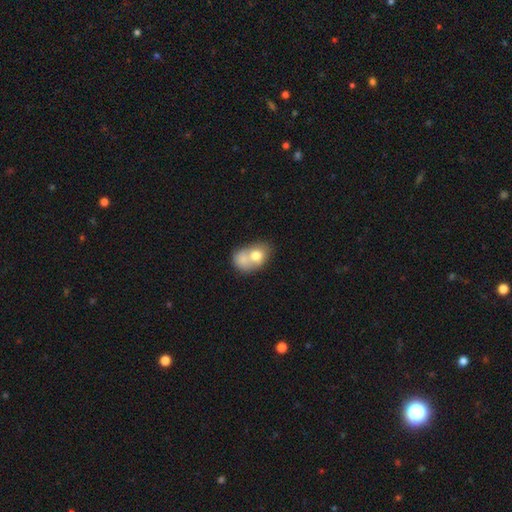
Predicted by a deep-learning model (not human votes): Smooth or featured? smooth (69%)
How rounded? in between (62%)
Merging? merger (66%)